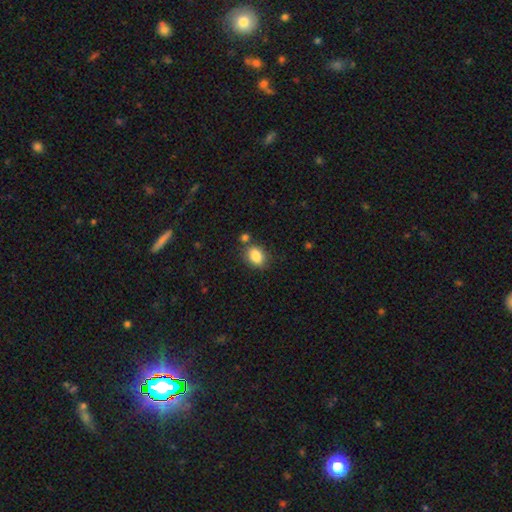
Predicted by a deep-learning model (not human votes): Overall: smooth (86%). How rounded: in between (69%; round 30%). Merging: none (72%).